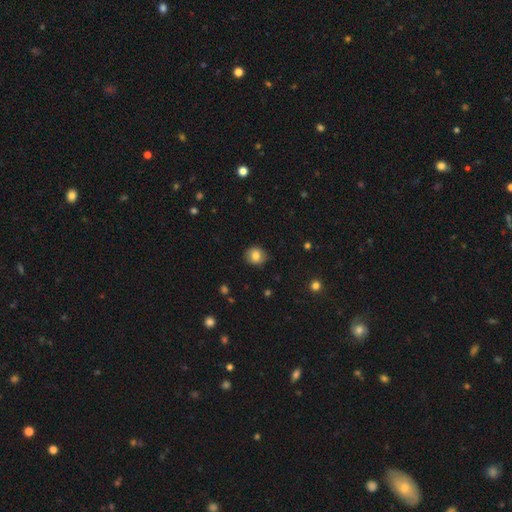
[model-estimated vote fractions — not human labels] The model was most divided on "how rounded": round: 78%, in between: 21%, cigar-shaped: 1%. More confident: merging — none (82%); smooth or featured — smooth (79%).